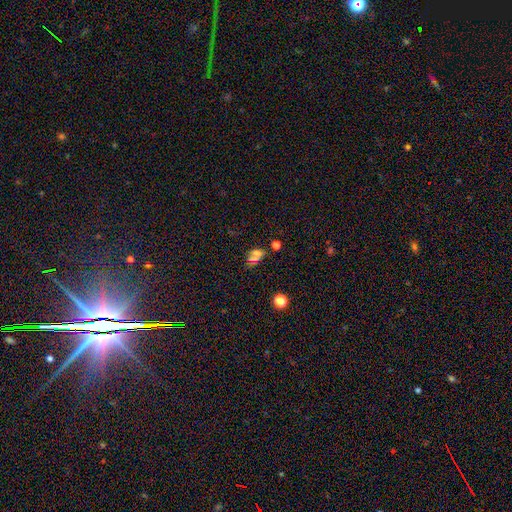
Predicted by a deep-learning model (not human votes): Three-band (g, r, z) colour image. It shows a smooth galaxy with no disk features (47%). Merging: none (69%).